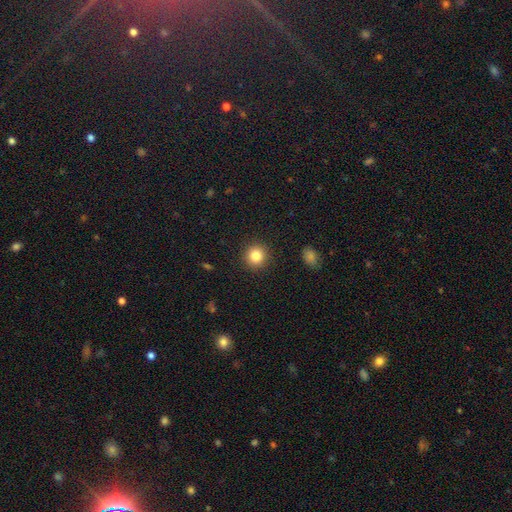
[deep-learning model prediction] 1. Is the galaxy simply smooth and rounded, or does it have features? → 83% smooth, 11% star or artifact, 6% featured or disk.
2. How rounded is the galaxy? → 92% round, 7% in between, 1% cigar-shaped.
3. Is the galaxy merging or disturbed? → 91% none, 5% minor disturbance, 2% major disturbance, 1% merger.